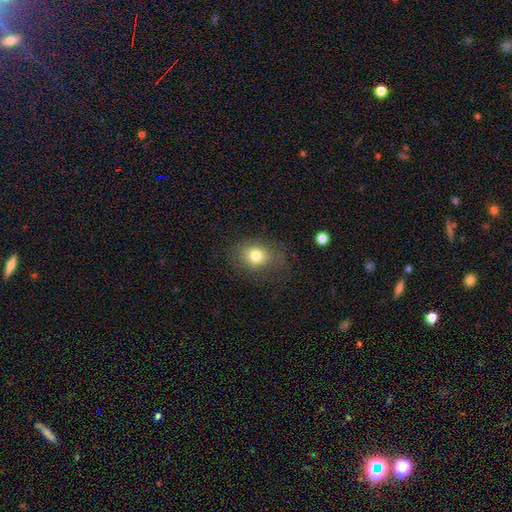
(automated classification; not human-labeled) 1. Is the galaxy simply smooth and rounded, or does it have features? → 76% smooth, 12% featured or disk, 12% star or artifact.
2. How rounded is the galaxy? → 54% round, 45% in between, 1% cigar-shaped.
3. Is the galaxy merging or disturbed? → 65% none, 21% minor disturbance, 13% major disturbance, 2% merger.